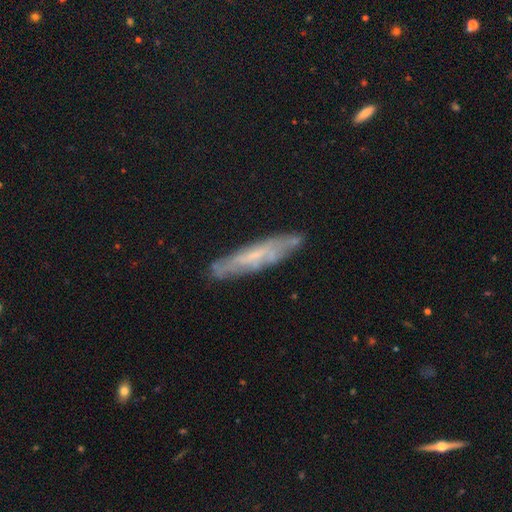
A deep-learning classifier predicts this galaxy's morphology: Smooth or featured: featured or disk — 56% (smooth — 35%)
Edge-on disk: yes — 58% (no — 42%)
Merging: none — 78% (minor disturbance — 16%)